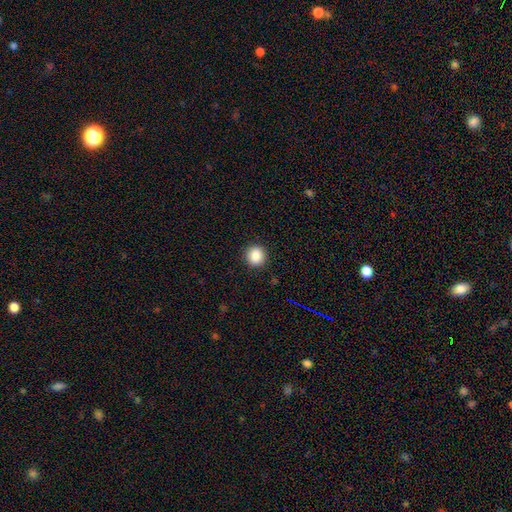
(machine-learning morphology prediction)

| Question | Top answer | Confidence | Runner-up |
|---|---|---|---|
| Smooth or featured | smooth | 88% | star or artifact (9%) |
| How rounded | round | 88% | in between (11%) |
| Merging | none | 91% | minor disturbance (6%) |